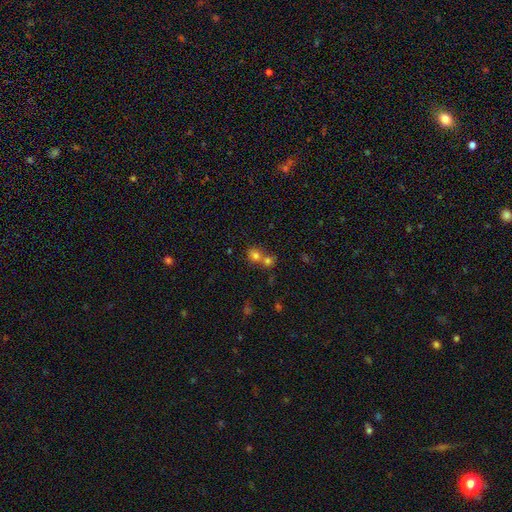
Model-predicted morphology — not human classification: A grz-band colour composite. It shows a smooth galaxy with no disk features (75%) that is round (75%). Merging: merger (51%).